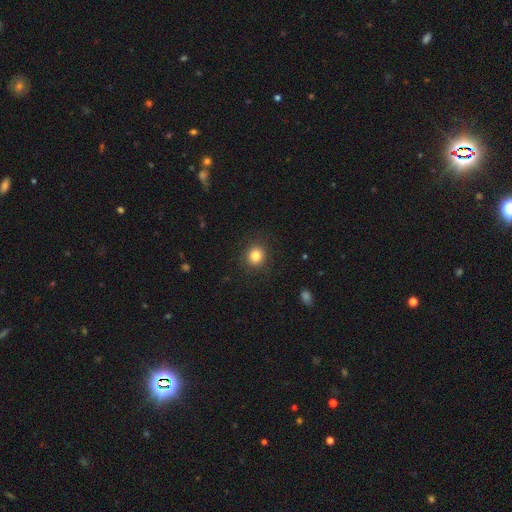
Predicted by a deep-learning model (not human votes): Smooth or featured? smooth (83%)
How rounded? round (88%)
Merging? none (89%)